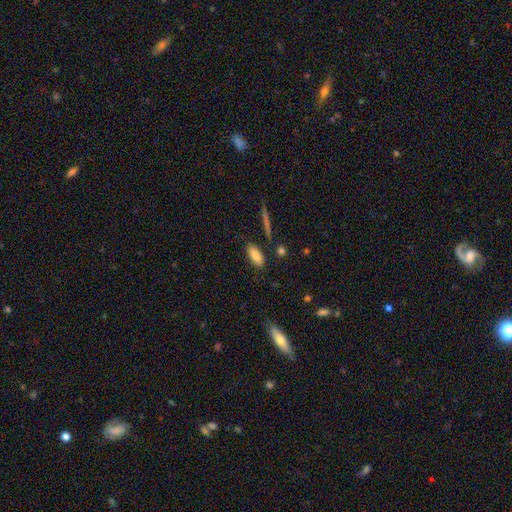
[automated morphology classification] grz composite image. It shows a smooth galaxy with no disk features (85%) that is in between round and cigar-shaped (83%). Merging: none (81%).